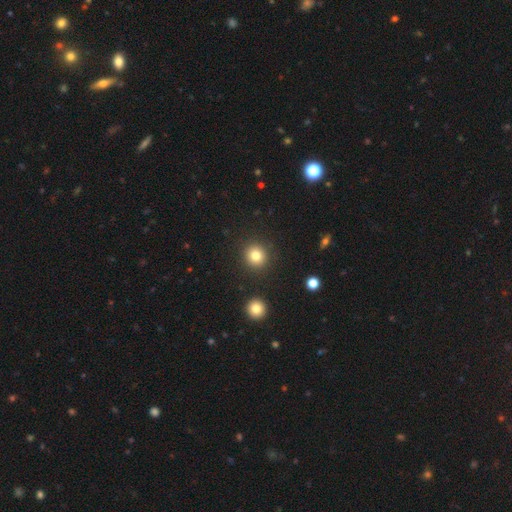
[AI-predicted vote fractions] Morphology: type=smooth (81%); roundness=round (90%); merging=none (89%).